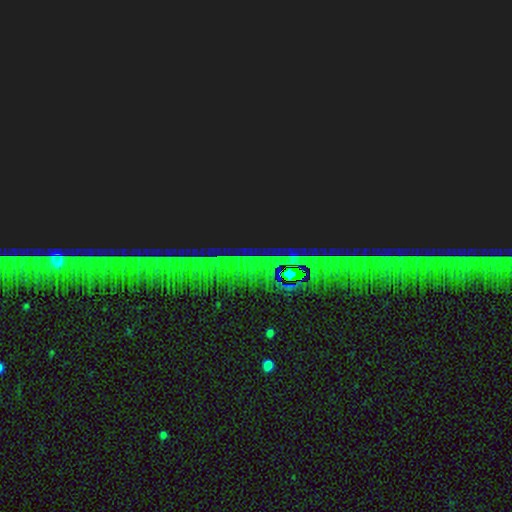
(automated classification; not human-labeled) Smooth or featured? Predicted: star or artifact (p=0.85).